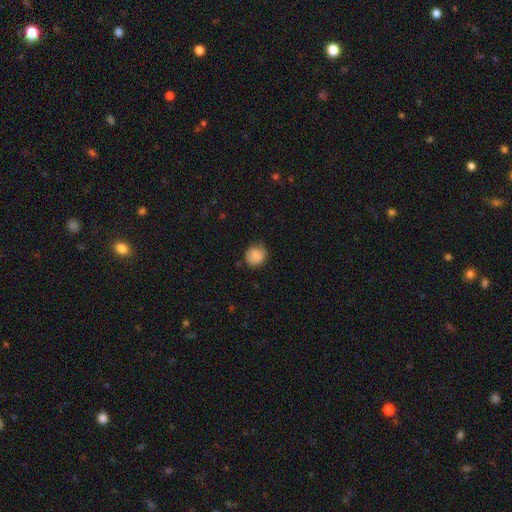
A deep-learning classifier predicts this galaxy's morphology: smooth-or-featured: smooth: 84% | star or artifact: 8% | featured or disk: 8%
  how-rounded: round: 83% | in between: 16% | cigar-shaped: 1%
  merging: none: 74% | minor disturbance: 21% | major disturbance: 4% | merger: 1%